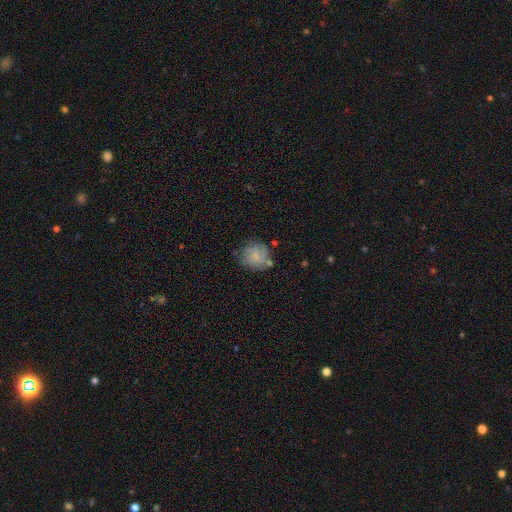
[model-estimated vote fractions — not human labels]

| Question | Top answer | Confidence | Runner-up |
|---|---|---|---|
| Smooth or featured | smooth | 57% | featured or disk (34%) |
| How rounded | round | 82% | in between (17%) |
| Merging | none | 63% | minor disturbance (22%) |